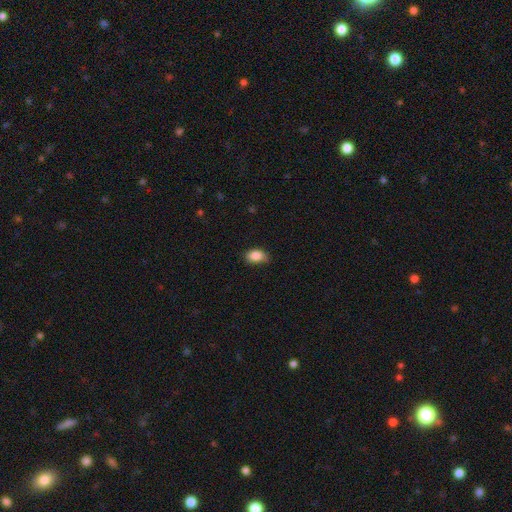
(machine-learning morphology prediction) Smooth or featured?
  - smooth: 87% *
  - star or artifact: 8%
  - featured or disk: 5%
How rounded?
  - in between: 85% *
  - round: 13%
  - cigar-shaped: 2%
Merging?
  - none: 74% *
  - minor disturbance: 22%
  - major disturbance: 3%
  - merger: 1%